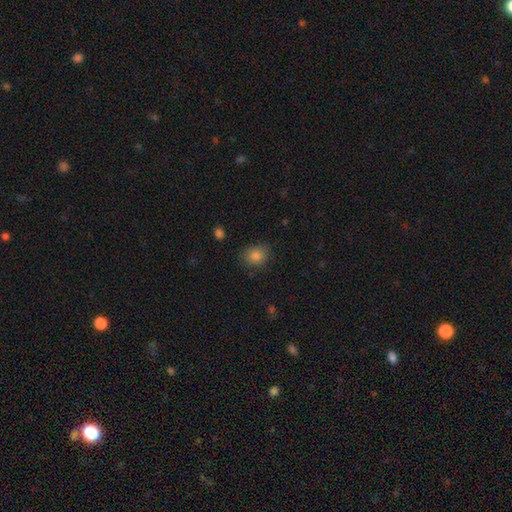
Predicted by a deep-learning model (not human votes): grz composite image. It shows a smooth galaxy with no disk features (84%) that is round (67%). Merging: none (81%).